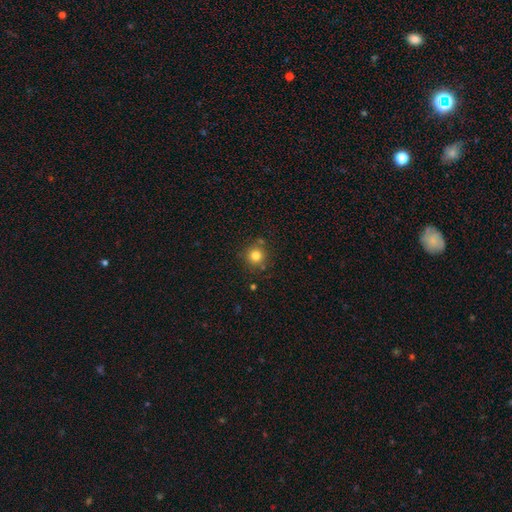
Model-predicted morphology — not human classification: Smooth or featured? Predicted: smooth (p=0.80). How rounded? Predicted: round (p=0.94). Merging? Predicted: none (p=0.80).